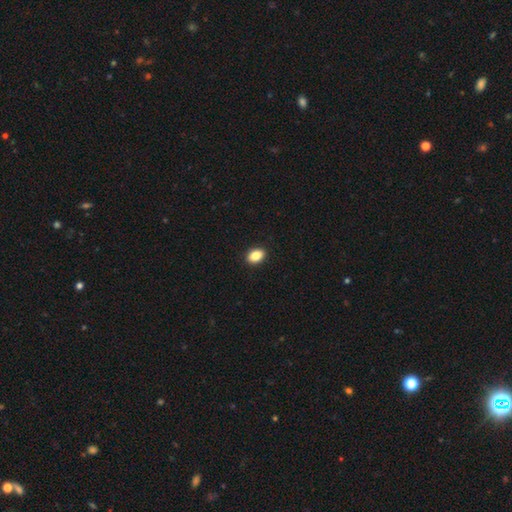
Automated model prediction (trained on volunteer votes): smooth-or-featured: smooth: 86% | star or artifact: 8% | featured or disk: 5%
  how-rounded: in between: 81% | round: 18% | cigar-shaped: 1%
  merging: none: 91% | minor disturbance: 6% | major disturbance: 1% | merger: 1%